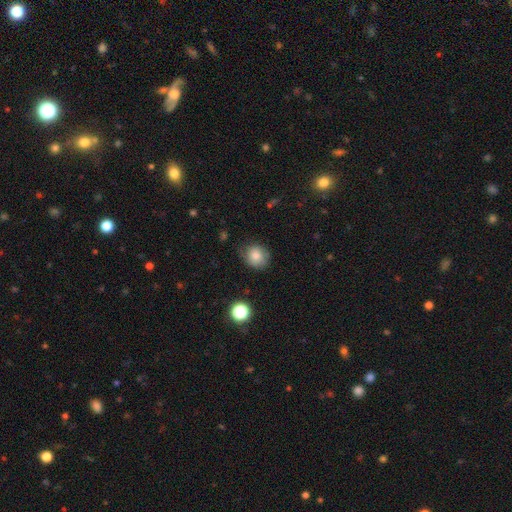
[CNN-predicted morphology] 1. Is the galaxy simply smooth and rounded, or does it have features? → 81% smooth, 10% star or artifact, 10% featured or disk.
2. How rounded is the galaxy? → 76% round, 23% in between, 1% cigar-shaped.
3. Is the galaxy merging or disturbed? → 71% none, 22% minor disturbance, 5% major disturbance, 2% merger.